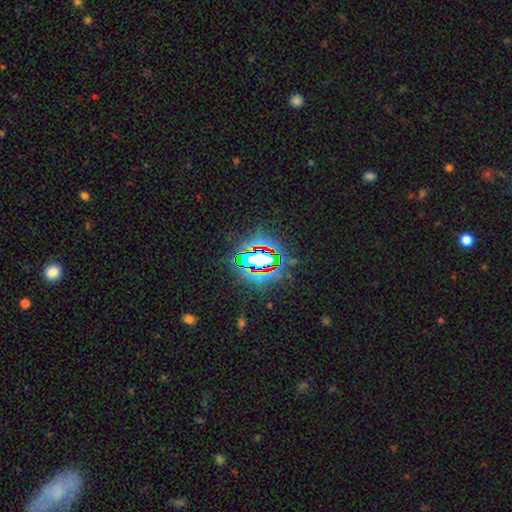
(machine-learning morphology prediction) Overall: star or artifact (79%).